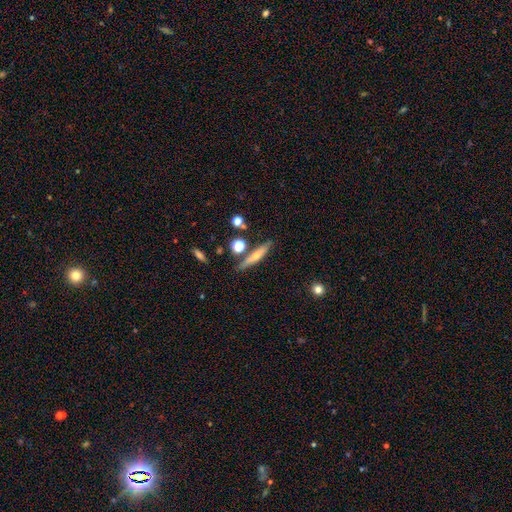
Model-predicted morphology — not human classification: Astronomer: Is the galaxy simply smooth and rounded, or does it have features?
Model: smooth — 51% (runner-up: featured or disk, 40%).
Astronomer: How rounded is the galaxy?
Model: cigar-shaped — 84%.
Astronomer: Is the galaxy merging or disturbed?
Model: none — 76%.